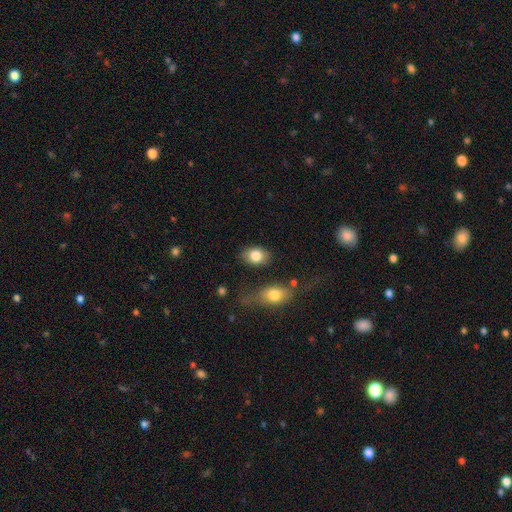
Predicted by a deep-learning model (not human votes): This is clearly a smooth galaxy (82%). How rounded: likely in between (74%). Merging: likely none (77%).